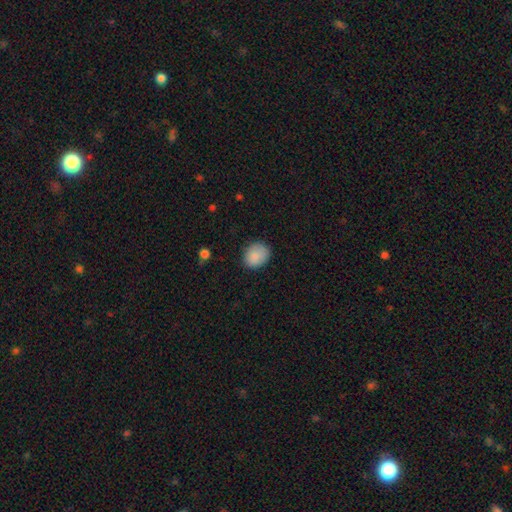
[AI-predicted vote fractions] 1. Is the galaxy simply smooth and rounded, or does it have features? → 87% smooth, 8% star or artifact, 5% featured or disk.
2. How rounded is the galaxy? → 63% round, 36% in between, 1% cigar-shaped.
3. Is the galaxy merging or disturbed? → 79% none, 16% minor disturbance, 4% major disturbance, 1% merger.